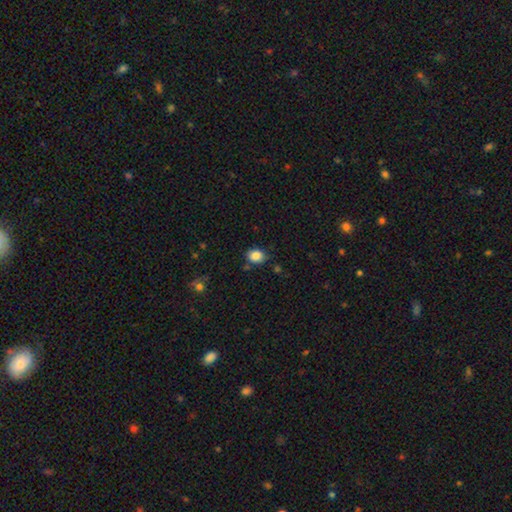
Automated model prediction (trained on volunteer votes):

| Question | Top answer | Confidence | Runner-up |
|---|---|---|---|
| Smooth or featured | smooth | 85% | star or artifact (10%) |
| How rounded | round | 55% | in between (44%) |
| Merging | none | 76% | minor disturbance (16%) |